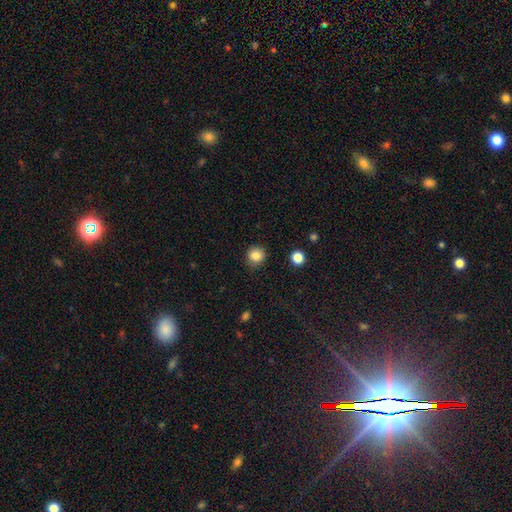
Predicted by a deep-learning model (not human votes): smooth 85%, star or artifact 10%, featured or disk 4%. Down the decision tree: how rounded — round (91%); merging — none (88%).